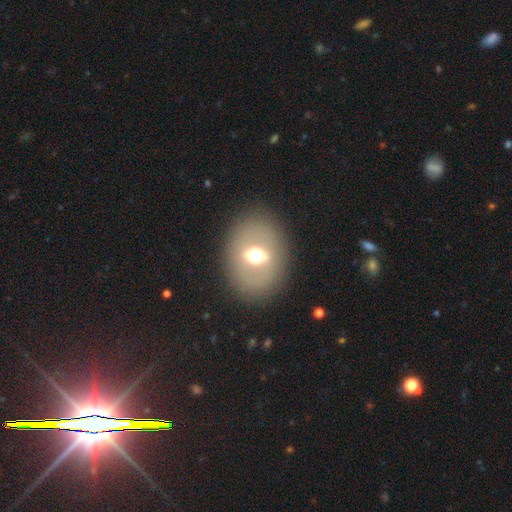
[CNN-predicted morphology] smooth-or-featured: featured or disk: 47% | smooth: 42% | star or artifact: 11%
  merging: none: 84% | minor disturbance: 9% | major disturbance: 6% | merger: 1%